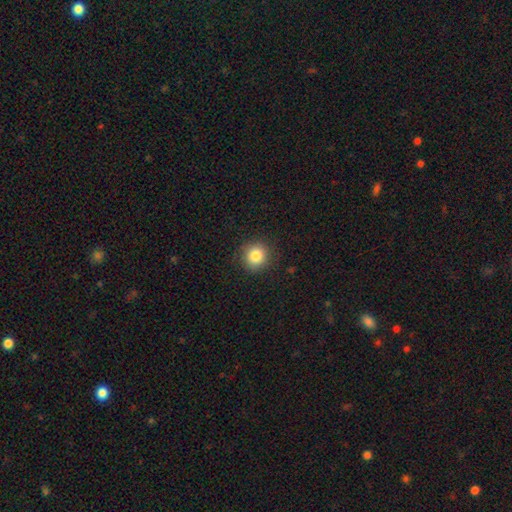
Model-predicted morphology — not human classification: A smooth galaxy with no disk features (84%) that is round (90%).

Vote fractions:
- Smooth or featured? smooth: 84% / star or artifact: 10% / featured or disk: 6%
- How rounded? round: 90% / in between: 10% / cigar-shaped: 1%
- Merging? none: 88% / minor disturbance: 8% / major disturbance: 3% / merger: 1%